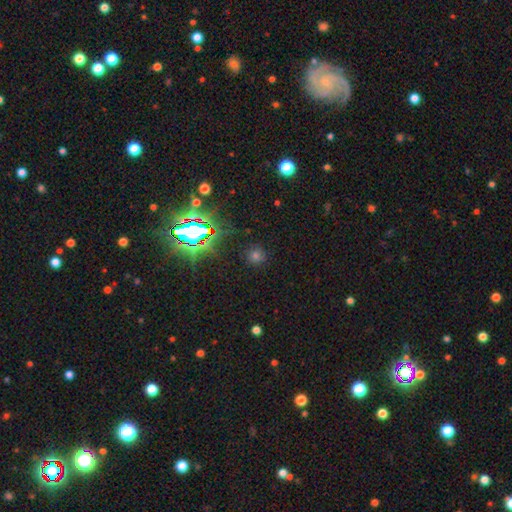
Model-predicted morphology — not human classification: The model was most divided on "smooth or featured": smooth: 52%, star or artifact: 41%, featured or disk: 8%. More confident: how rounded — round (91%); merging — none (87%).